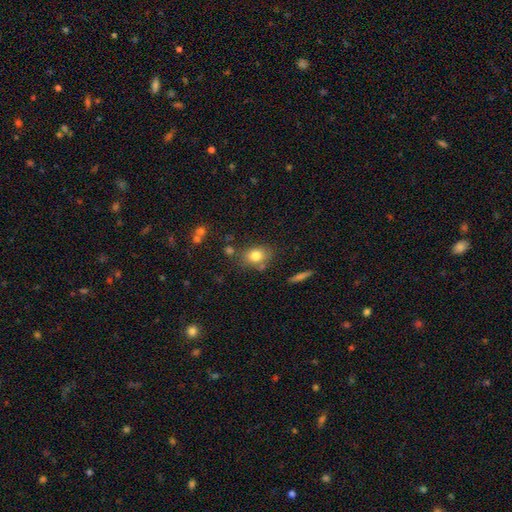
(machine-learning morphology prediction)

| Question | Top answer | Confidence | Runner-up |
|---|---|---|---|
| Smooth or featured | smooth | 79% | featured or disk (11%) |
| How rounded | in between | 63% | round (35%) |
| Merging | none | 69% | minor disturbance (16%) |